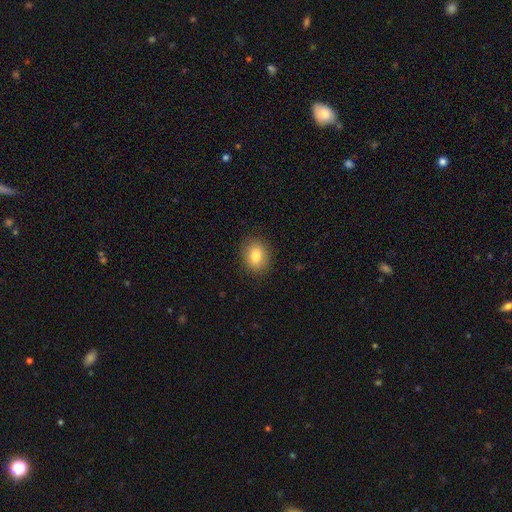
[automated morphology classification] Q: Smooth or featured?
A: smooth (82%); runner-up: star or artifact (9%)
Q: How rounded?
A: round (53%); runner-up: in between (46%)
Q: Merging?
A: none (88%); runner-up: minor disturbance (9%)